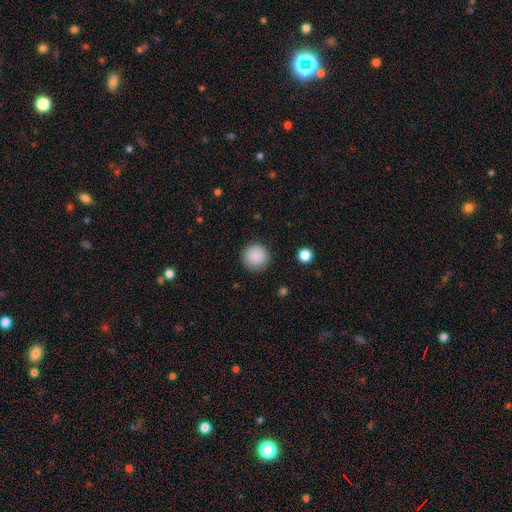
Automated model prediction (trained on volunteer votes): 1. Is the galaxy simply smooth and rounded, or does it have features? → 89% smooth, 9% star or artifact, 3% featured or disk.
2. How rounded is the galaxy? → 96% round, 3% in between, 1% cigar-shaped.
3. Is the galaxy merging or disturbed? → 90% none, 6% minor disturbance, 2% major disturbance, 1% merger.